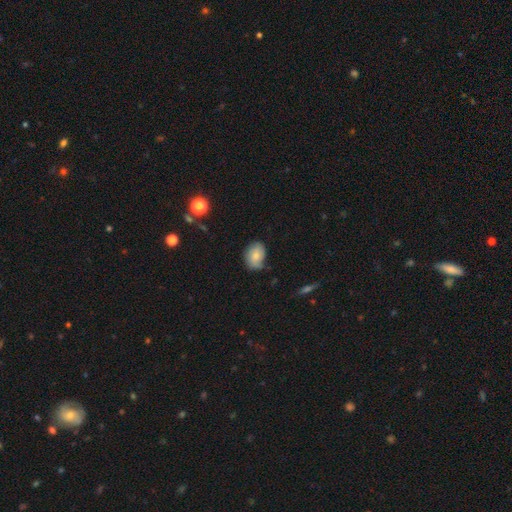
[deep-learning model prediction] Smooth or featured?
  - smooth: 71% *
  - featured or disk: 21%
  - star or artifact: 8%
How rounded?
  - in between: 72% *
  - round: 27%
  - cigar-shaped: 1%
Merging?
  - none: 60% *
  - minor disturbance: 31%
  - major disturbance: 7%
  - merger: 2%